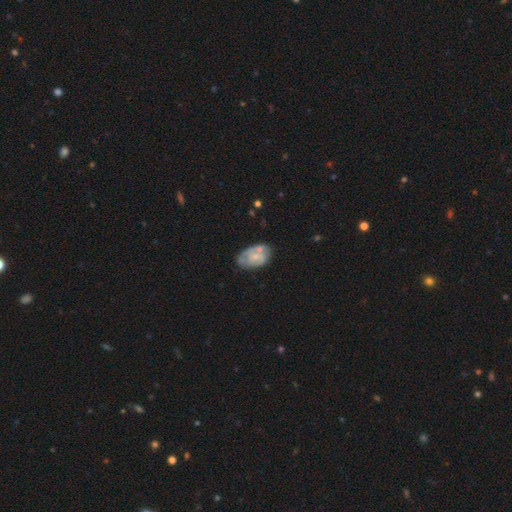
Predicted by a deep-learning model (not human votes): A featured or disk galaxy (56%) with no bar (72%), spiral arms (51%) and a small central bulge (52%).

Vote fractions:
- Smooth or featured? featured or disk: 56% / smooth: 38% / star or artifact: 6%
- Edge-on disk? no: 96% / yes: 4%
- Bar? no: 72% / weak: 24% / strong: 4%
- Spiral arms? yes: 51% / no: 49%
- Bulge size? small: 52% / moderate: 28% / none: 17% / large: 2% / dominant: 1%
- Merging? none: 54% / minor disturbance: 29% / major disturbance: 10% / merger: 7%